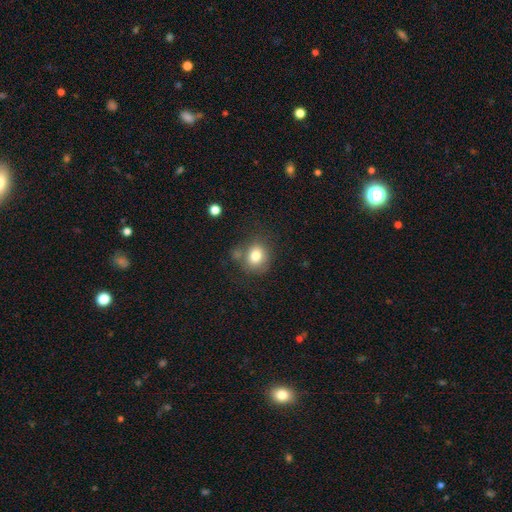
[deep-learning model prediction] Smooth or featured: smooth — 78% (star or artifact — 11%)
How rounded: round — 74% (in between — 25%)
Merging: none — 66% (minor disturbance — 17%)